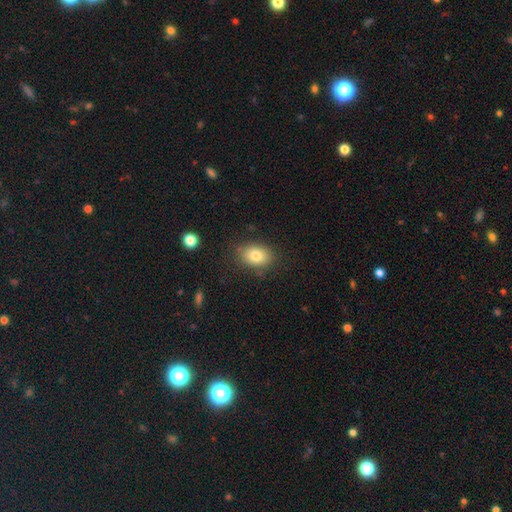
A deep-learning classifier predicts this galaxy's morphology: smooth-or-featured: smooth: 81% | featured or disk: 10% | star or artifact: 9%
  how-rounded: in between: 72% | round: 27% | cigar-shaped: 1%
  merging: none: 81% | minor disturbance: 13% | major disturbance: 4% | merger: 2%